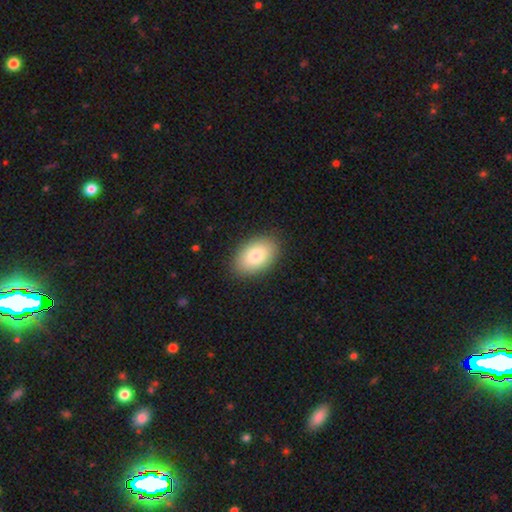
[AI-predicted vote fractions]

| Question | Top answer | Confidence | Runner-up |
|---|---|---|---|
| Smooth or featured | smooth | 82% | featured or disk (11%) |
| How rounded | in between | 90% | round (9%) |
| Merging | none | 89% | minor disturbance (8%) |